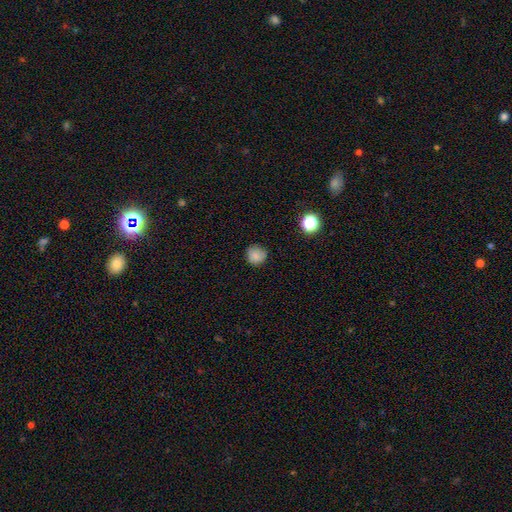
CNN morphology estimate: A smooth galaxy with no disk features (83%) that is round (90%).

Vote fractions:
- Smooth or featured? smooth: 83% / star or artifact: 11% / featured or disk: 6%
- How rounded? round: 90% / in between: 9% / cigar-shaped: 1%
- Merging? none: 81% / minor disturbance: 14% / major disturbance: 3% / merger: 1%